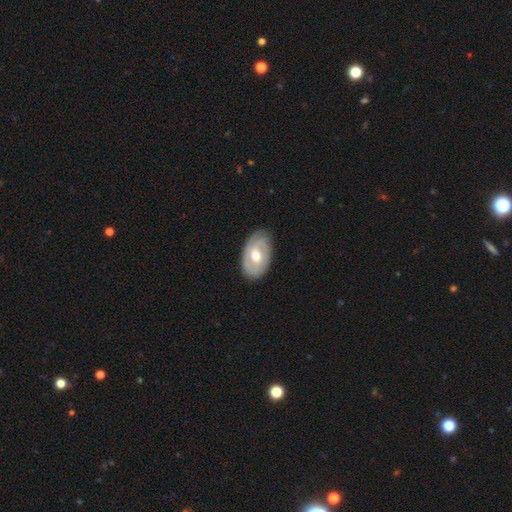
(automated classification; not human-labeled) featured or disk 68%, smooth 27%, star or artifact 5%. Down the decision tree: edge-on disk — no (93%); bar — no (56%); spiral arms — yes (72%); bulge size — moderate (77%); merging — none (81%).